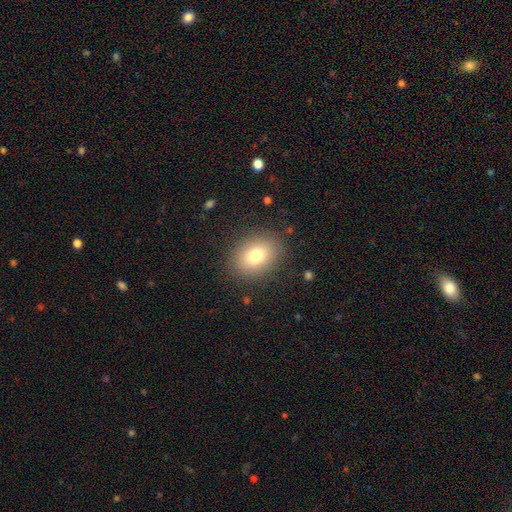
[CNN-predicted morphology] Smooth or featured?
  - smooth: 77% *
  - featured or disk: 12%
  - star or artifact: 11%
How rounded?
  - in between: 62% *
  - round: 37%
  - cigar-shaped: 1%
Merging?
  - none: 86% *
  - minor disturbance: 9%
  - major disturbance: 4%
  - merger: 1%